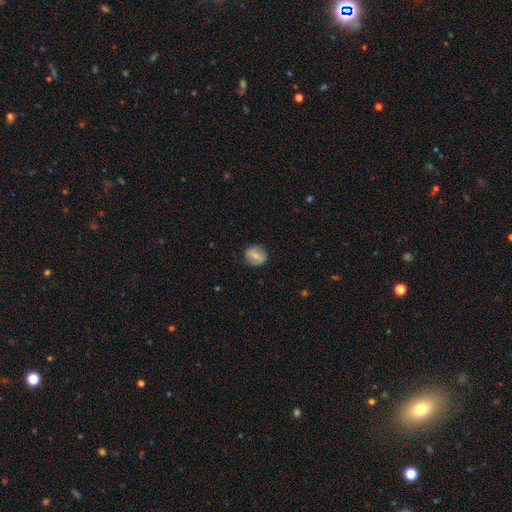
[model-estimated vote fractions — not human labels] smooth_or_featured: smooth (p=0.58) [alt: featured or disk p=0.33]
how_rounded: round (p=0.76) [alt: in between p=0.22]
merging: none (p=0.83) [alt: minor disturbance p=0.12]